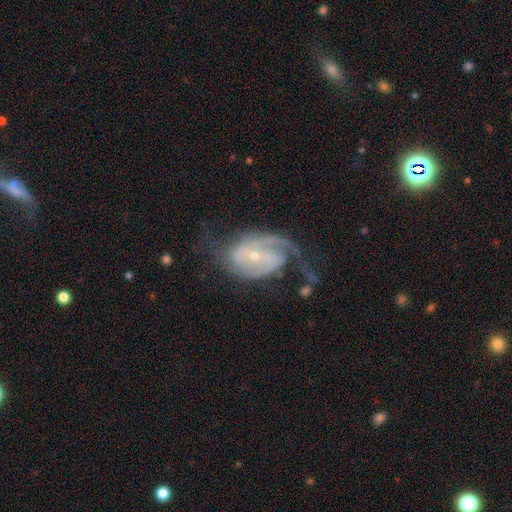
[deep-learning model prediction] featured or disk 85%, smooth 9%, star or artifact 6%. Down the decision tree: edge-on disk — no (97%); bar — no (51%); spiral arms — yes (94%); spiral arm count — 2 (55%); spiral winding — medium (43%); bulge size — small (75%); merging — none (43%).